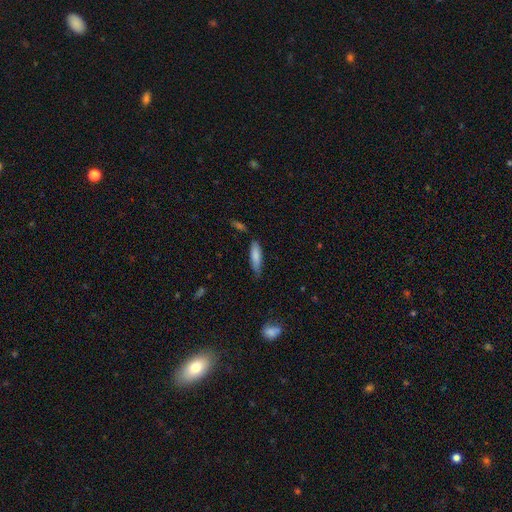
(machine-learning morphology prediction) This appears to be a smooth galaxy with no disk features (81%) that is cigar-shaped (60%). Merging: none (73%).